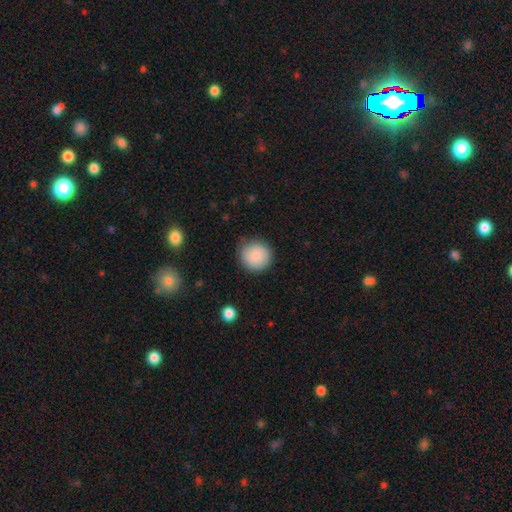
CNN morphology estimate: A smooth galaxy with no disk features (89%) that is round (92%). Merging: none (86%).